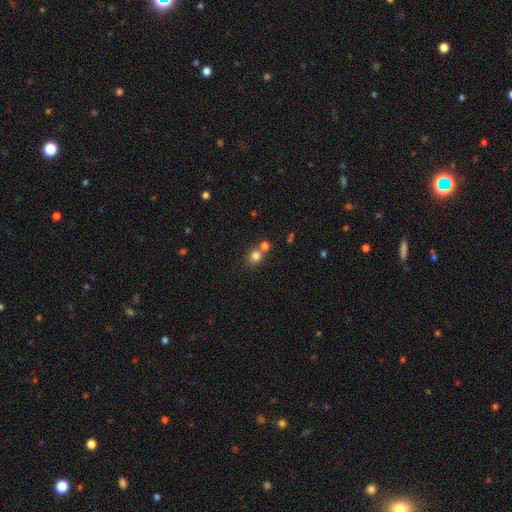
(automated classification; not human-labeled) This appears to be a smooth galaxy with no disk features (79%) that is round (76%). Merging: none (54%).